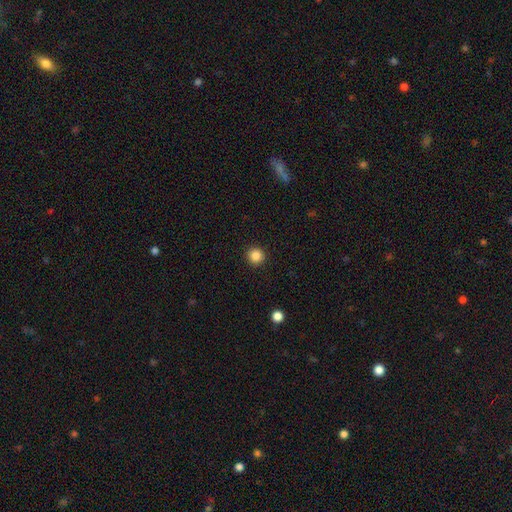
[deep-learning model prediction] Smooth or featured: smooth — 86% (star or artifact — 10%)
How rounded: round — 95% (in between — 4%)
Merging: none — 93% (minor disturbance — 4%)